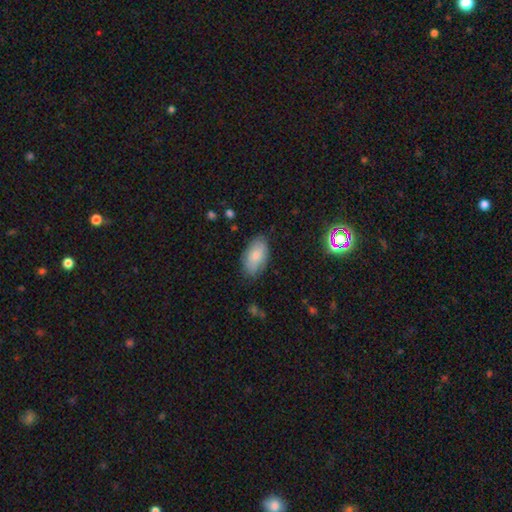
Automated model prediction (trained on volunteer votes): Smooth or featured? smooth (77%)
How rounded? in between (94%)
Merging? none (77%)